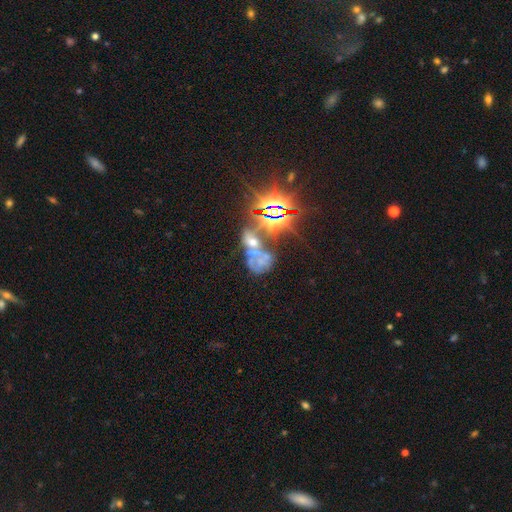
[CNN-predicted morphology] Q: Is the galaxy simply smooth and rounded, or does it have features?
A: star or artifact — 44%.